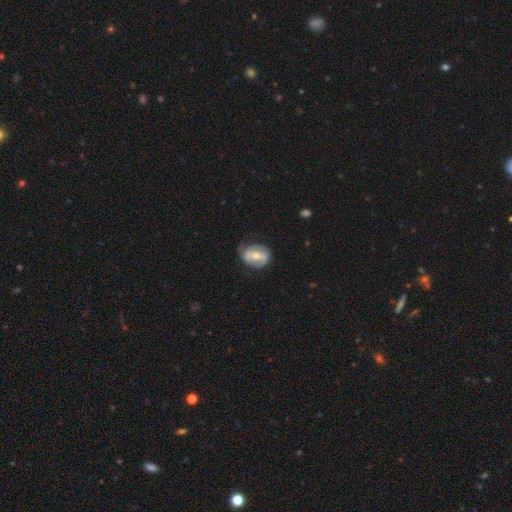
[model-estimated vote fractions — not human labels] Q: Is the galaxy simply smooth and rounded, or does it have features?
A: featured or disk — 59%.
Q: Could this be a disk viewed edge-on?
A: no — 95%.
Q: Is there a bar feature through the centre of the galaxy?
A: strong — 40%.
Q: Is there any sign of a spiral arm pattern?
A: yes — 61%.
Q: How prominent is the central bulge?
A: moderate — 63%.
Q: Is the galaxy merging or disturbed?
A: none — 62%.